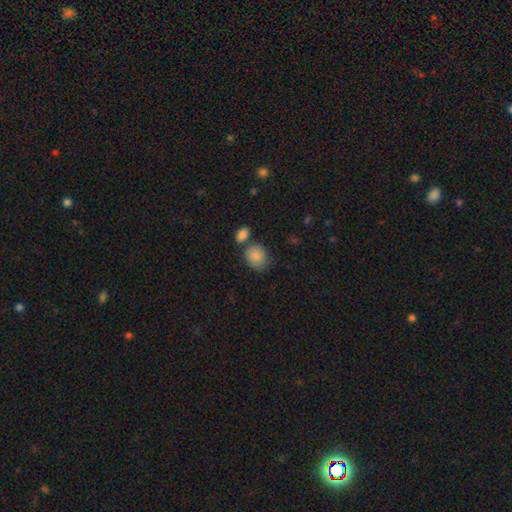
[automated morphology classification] Smooth or featured?
  - smooth: 87% *
  - star or artifact: 7%
  - featured or disk: 6%
How rounded?
  - round: 68% *
  - in between: 31%
  - cigar-shaped: 1%
Merging?
  - none: 57% *
  - minor disturbance: 19%
  - merger: 18%
  - major disturbance: 6%